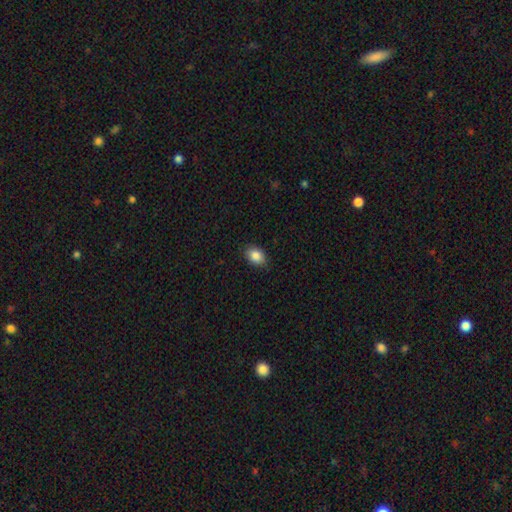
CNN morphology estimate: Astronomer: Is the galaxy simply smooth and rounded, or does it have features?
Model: smooth — 87%.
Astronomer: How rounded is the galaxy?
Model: in between — 78%.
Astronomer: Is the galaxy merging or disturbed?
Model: none — 88%.